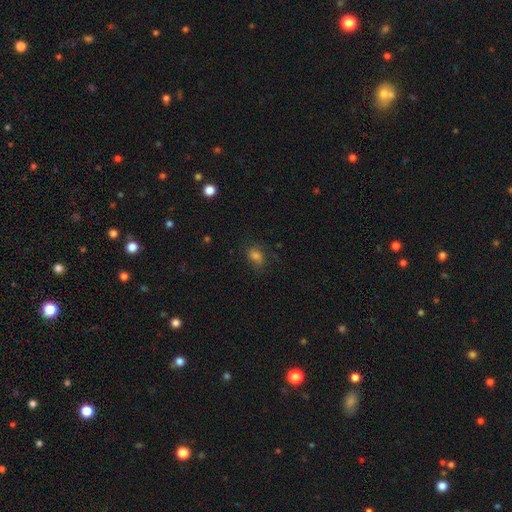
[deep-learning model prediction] Morphology: type=smooth (73%); roundness=in between (71%); merging=none (66%).